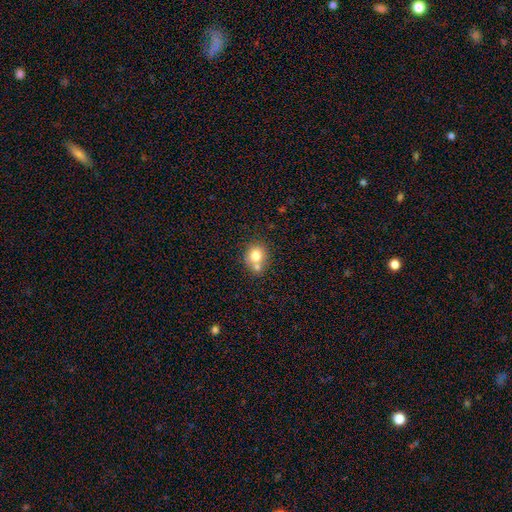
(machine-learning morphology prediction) A smooth galaxy with no disk features (75%) that is round (73%). Merging: none (49%).